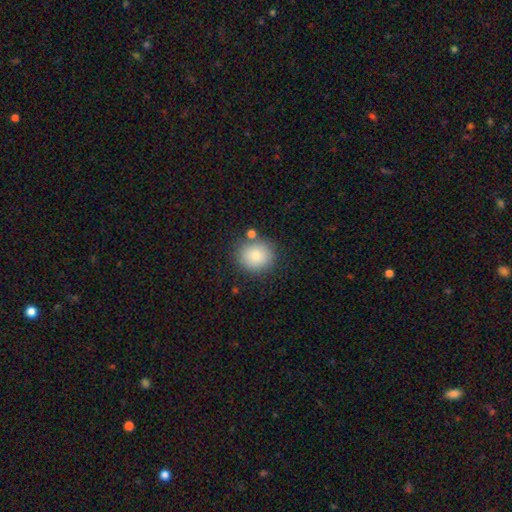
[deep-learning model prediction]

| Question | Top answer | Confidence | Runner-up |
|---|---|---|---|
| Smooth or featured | smooth | 81% | star or artifact (10%) |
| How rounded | round | 84% | in between (15%) |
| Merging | none | 78% | minor disturbance (11%) |